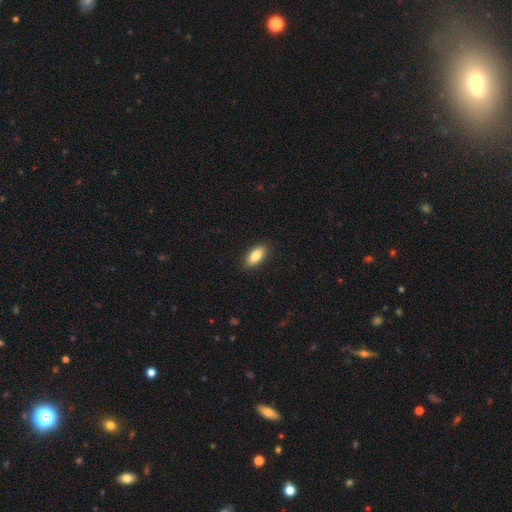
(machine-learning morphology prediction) Overall: smooth (86%). How rounded: in between (89%). Merging: none (89%).